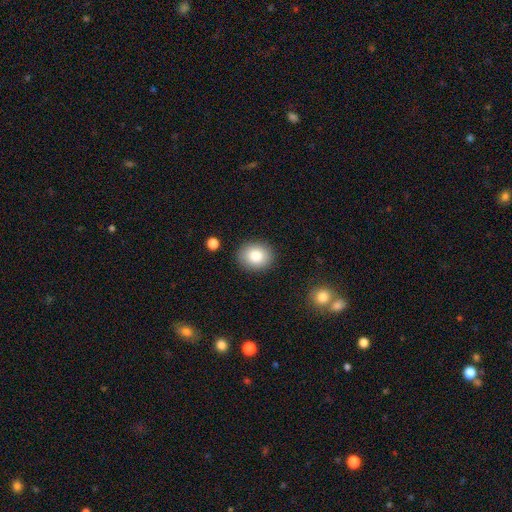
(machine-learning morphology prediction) smooth_or_featured: smooth (p=0.84) [alt: star or artifact p=0.08]
how_rounded: round (p=0.58) [alt: in between p=0.41]
merging: none (p=0.87) [alt: minor disturbance p=0.08]